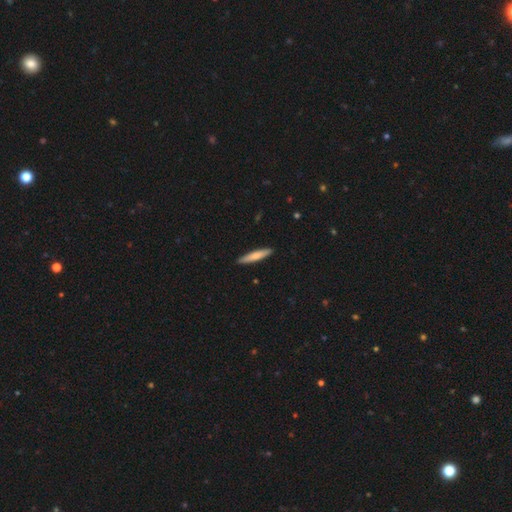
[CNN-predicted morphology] Smooth or featured? smooth (68%)
How rounded? cigar-shaped (91%)
Merging? none (90%)